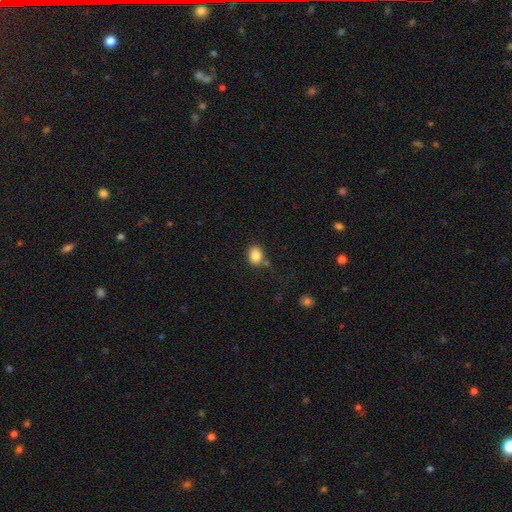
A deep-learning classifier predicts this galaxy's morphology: Smooth or featured? smooth (84%)
How rounded? in between (56%)
Merging? none (72%)